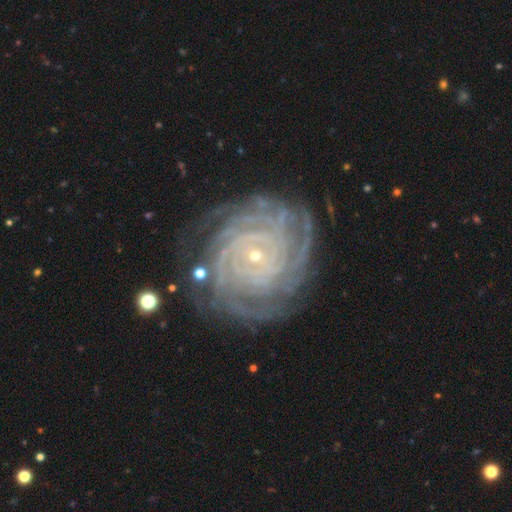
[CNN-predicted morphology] This appears to be a featured or disk galaxy (91%) with no bar (69%), more than 4 (26%) tight (88%) spiral arms (98%) and a small central bulge (87%). Merging: none (79%).